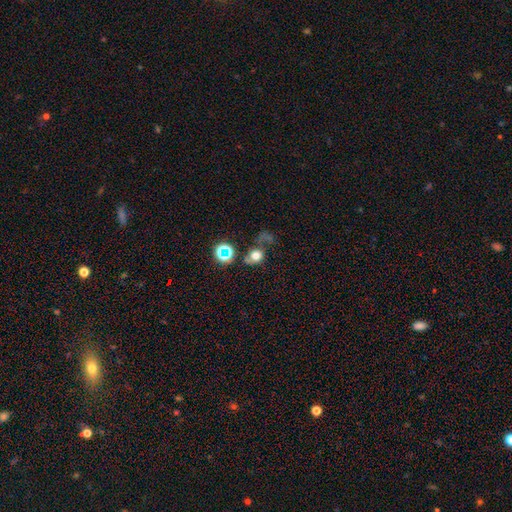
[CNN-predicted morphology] A smooth galaxy with no disk features (61%) that is round (70%).

Vote fractions:
- Smooth or featured? smooth: 61% / featured or disk: 21% / star or artifact: 19%
- How rounded? round: 70% / in between: 29% / cigar-shaped: 1%
- Merging? none: 40% / major disturbance: 26% / minor disturbance: 17% / merger: 17%